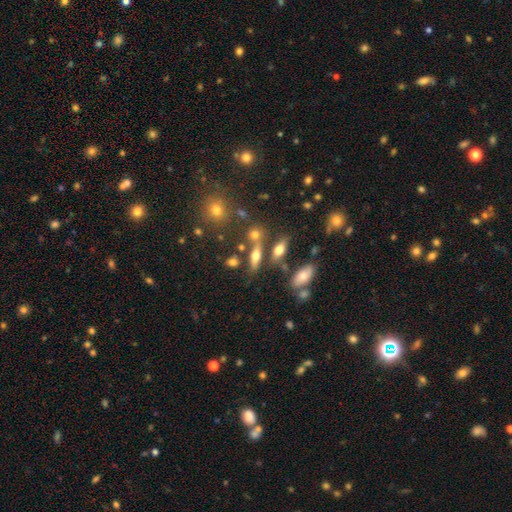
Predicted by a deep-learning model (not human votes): Morphology: type=smooth (50%); roundness=in between (52%); merging=none (62%).